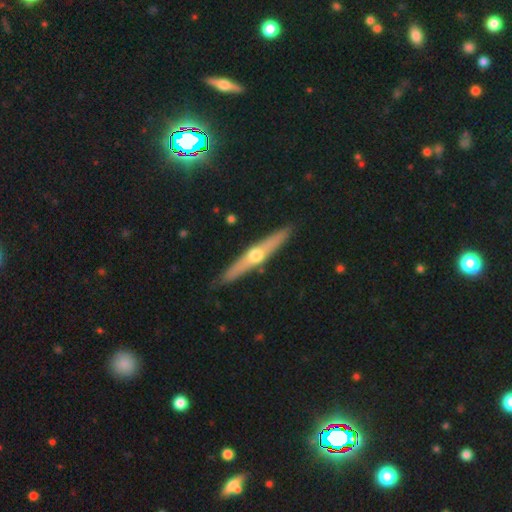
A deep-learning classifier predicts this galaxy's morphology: smooth_or_featured: featured or disk (p=0.66) [alt: smooth p=0.29]
disk_edge_on: yes (p=0.95) [alt: no p=0.05]
edge_on_bulge: rounded (p=0.92) [alt: none p=0.06]
merging: none (p=0.88) [alt: minor disturbance p=0.09]